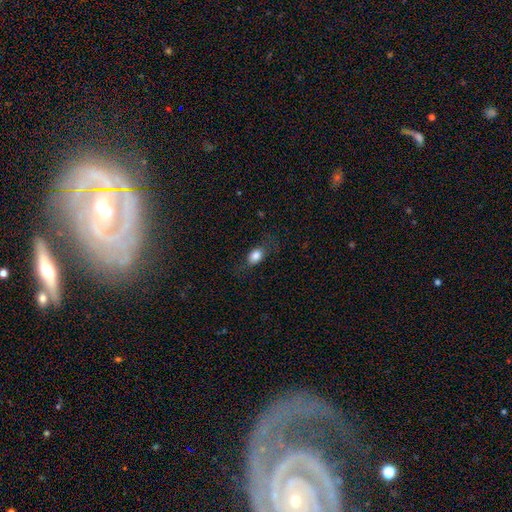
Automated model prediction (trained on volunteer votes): This appears to be a smooth galaxy with no disk features (81%) that is in between round and cigar-shaped (78%). Merging: none (73%).